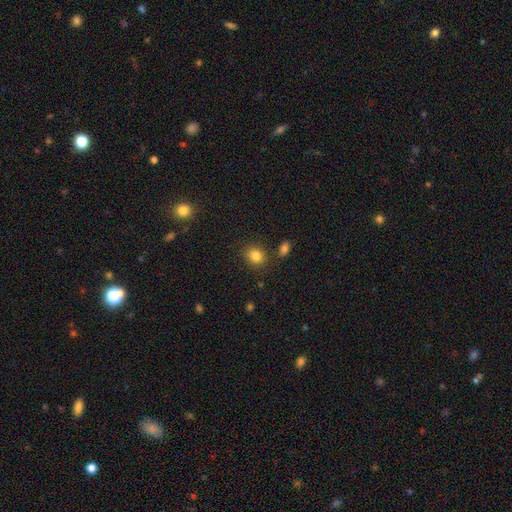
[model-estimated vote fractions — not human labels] This appears to be a smooth galaxy with no disk features (83%) that is round (65%). Merging: none (81%).